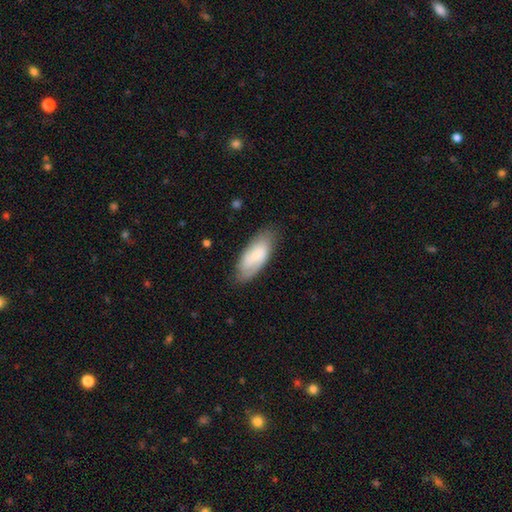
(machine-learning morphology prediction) Smooth or featured? smooth (57%)
How rounded? in between (83%)
Merging? none (75%)